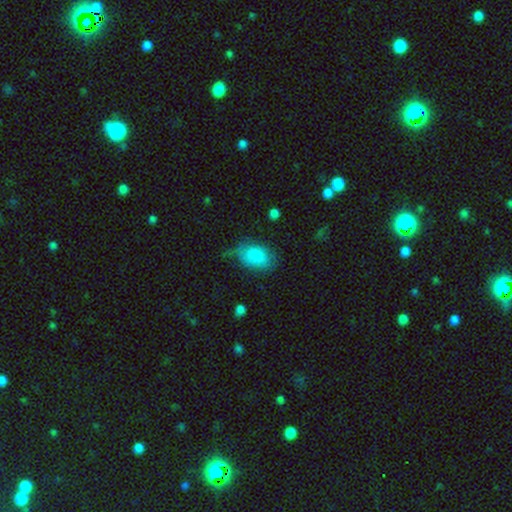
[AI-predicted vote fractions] This is clearly a smooth galaxy (80%). How rounded: clearly in between (84%). Merging: possibly none (50%).